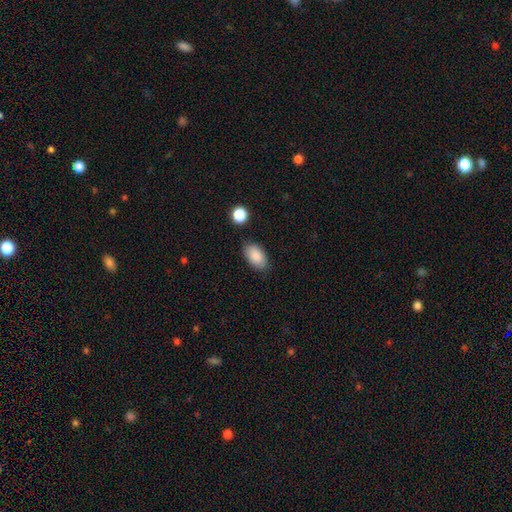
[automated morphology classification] Overall: smooth (88%). How rounded: in between (93%). Merging: none (82%).